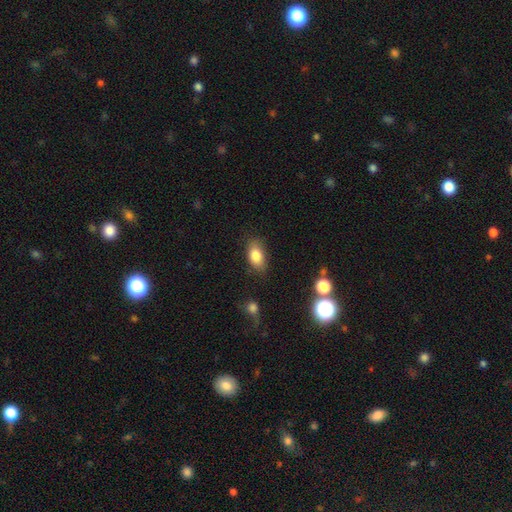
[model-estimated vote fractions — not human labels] smooth_or_featured: smooth (p=0.83) [alt: star or artifact p=0.08]
how_rounded: in between (p=0.88) [alt: round p=0.09]
merging: none (p=0.76) [alt: minor disturbance p=0.18]